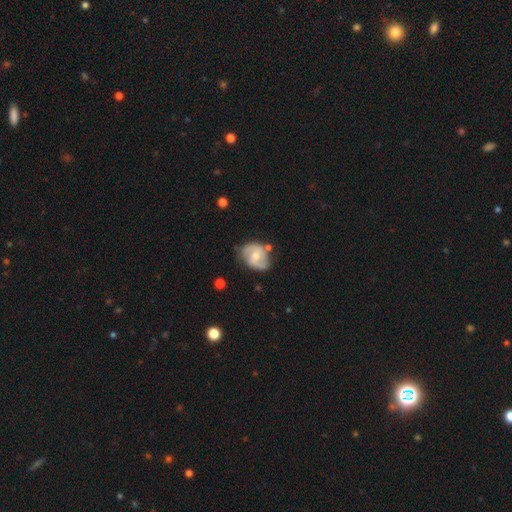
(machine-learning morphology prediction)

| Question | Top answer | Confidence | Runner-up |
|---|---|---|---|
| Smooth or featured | featured or disk | 74% | smooth (21%) |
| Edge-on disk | no | 97% | yes (3%) |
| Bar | no | 49% | weak (43%) |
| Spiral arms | yes | 89% | no (11%) |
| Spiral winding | medium | 48% | tight (30%) |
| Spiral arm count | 2 | 83% | can't tell (9%) |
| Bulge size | moderate | 60% | small (32%) |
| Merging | none | 63% | minor disturbance (24%) |